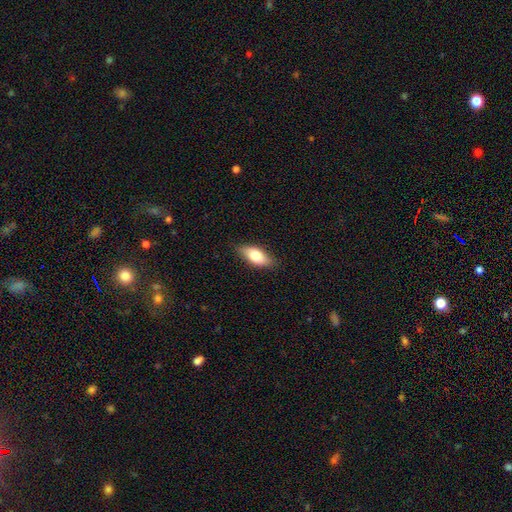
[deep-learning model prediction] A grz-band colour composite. It shows a smooth galaxy with no disk features (75%) that is in between round and cigar-shaped (84%). Merging: none (83%).